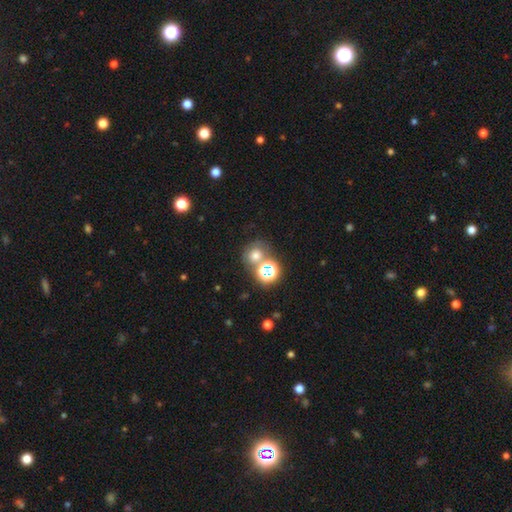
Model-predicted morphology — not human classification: Overall: smooth (61%; star or artifact 26%). How rounded: round (75%). Merging: none (52%; merger 32%).